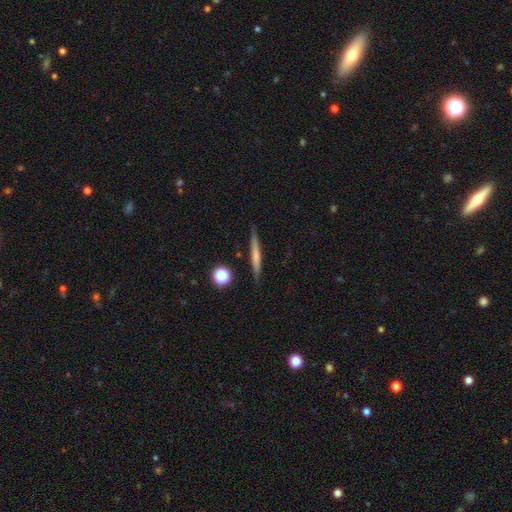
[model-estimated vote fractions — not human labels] Smooth or featured?
  - smooth: 56% *
  - featured or disk: 37%
  - star or artifact: 7%
How rounded?
  - cigar-shaped: 94% *
  - in between: 4%
  - round: 2%
Merging?
  - none: 88% *
  - minor disturbance: 9%
  - merger: 2%
  - major disturbance: 2%